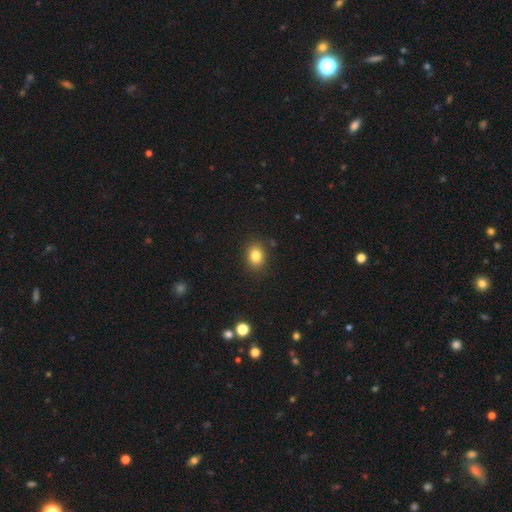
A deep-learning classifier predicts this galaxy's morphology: This is clearly a smooth galaxy (83%). How rounded: possibly in between (55%). Merging: clearly none (86%).